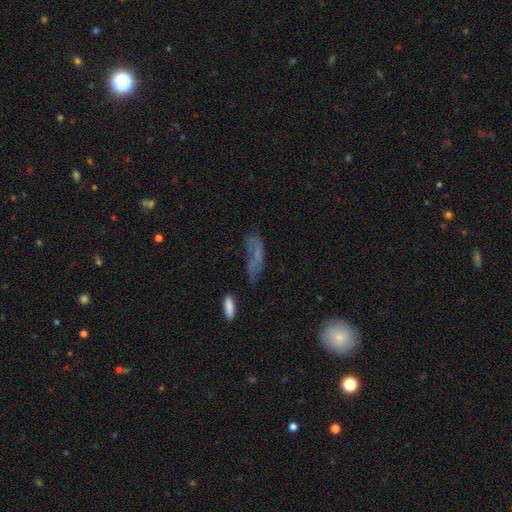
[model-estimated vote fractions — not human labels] A smooth galaxy with no disk features (44%). Merging: none (40%).